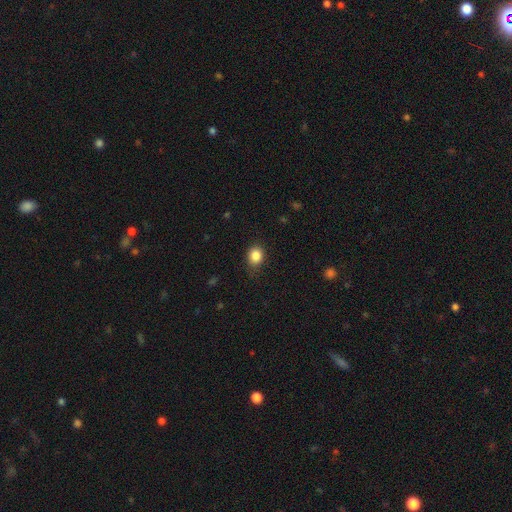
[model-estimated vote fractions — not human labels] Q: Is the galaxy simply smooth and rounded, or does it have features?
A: smooth — 85%.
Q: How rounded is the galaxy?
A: round — 60%.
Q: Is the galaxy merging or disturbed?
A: none — 80%.